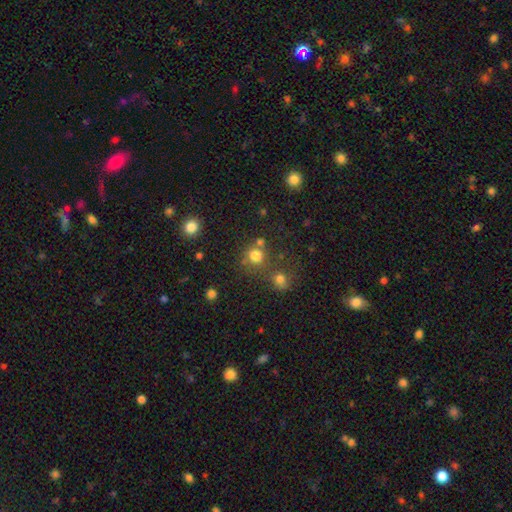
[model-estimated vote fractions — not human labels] The model was most divided on "merging": none: 63%, merger: 22%, minor disturbance: 10%, major disturbance: 5%. More confident: how rounded — round (89%); smooth or featured — smooth (78%).